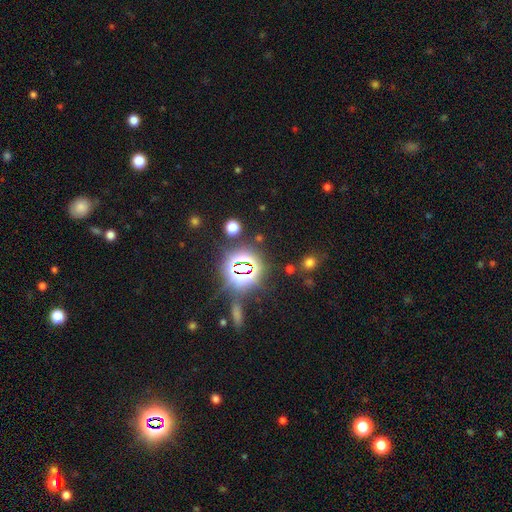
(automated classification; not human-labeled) A star or artifact, not a galaxy (80%).